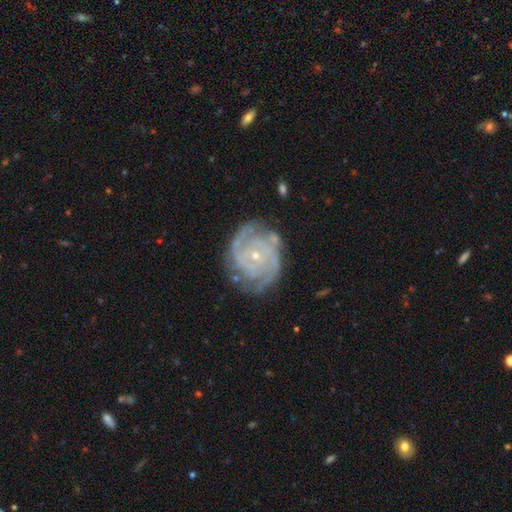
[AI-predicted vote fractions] A featured or disk galaxy (88%) with no bar (74%), 2 (37%) tight (68%) spiral arms (98%) and a small central bulge (81%). Merging: none (75%).